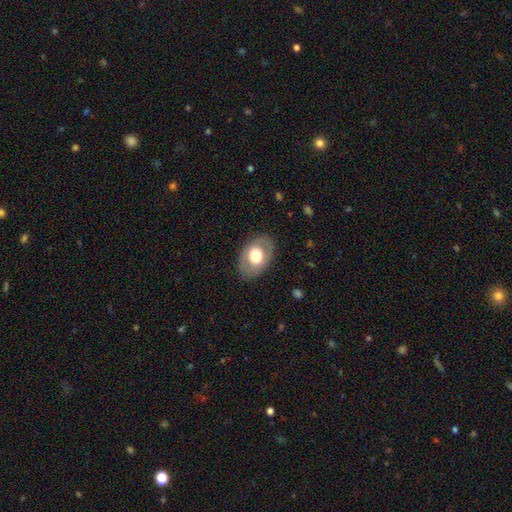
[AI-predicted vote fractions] Q: Smooth or featured?
A: smooth (60%); runner-up: featured or disk (34%)
Q: How rounded?
A: in between (79%); runner-up: round (20%)
Q: Merging?
A: none (83%); runner-up: minor disturbance (12%)